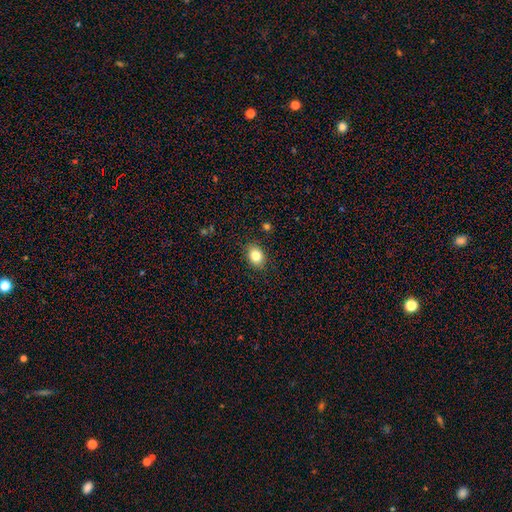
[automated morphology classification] smooth-or-featured: smooth: 82% | star or artifact: 10% | featured or disk: 8%
  how-rounded: in between: 62% | round: 37% | cigar-shaped: 1%
  merging: none: 87% | minor disturbance: 10% | major disturbance: 2% | merger: 1%